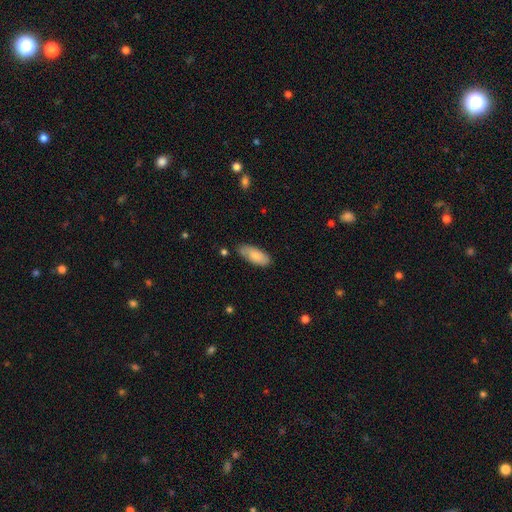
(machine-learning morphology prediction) Smooth or featured?
  - smooth: 80% *
  - featured or disk: 14%
  - star or artifact: 6%
How rounded?
  - in between: 84% *
  - cigar-shaped: 14%
  - round: 2%
Merging?
  - none: 75% *
  - minor disturbance: 19%
  - major disturbance: 3%
  - merger: 2%